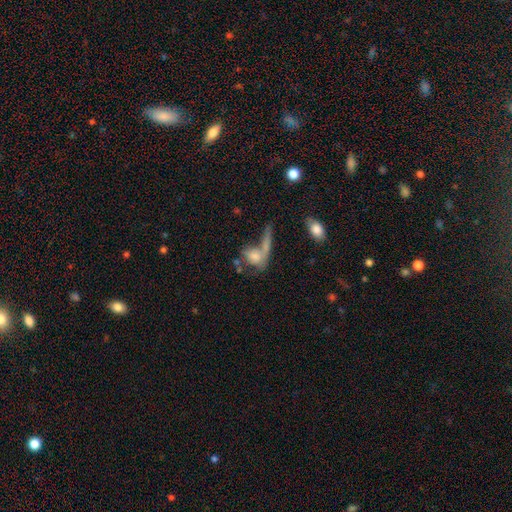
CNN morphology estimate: Q: Smooth or featured?
A: smooth (53%); runner-up: featured or disk (32%)
Q: How rounded?
A: in between (59%); runner-up: round (29%)
Q: Merging?
A: merger (37%); runner-up: none (28%)